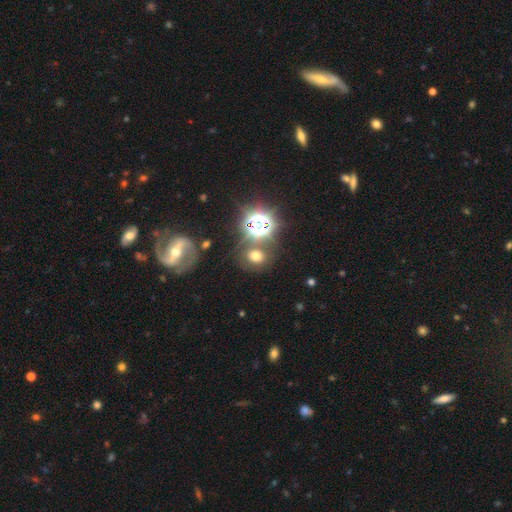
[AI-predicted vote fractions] A smooth galaxy with no disk features (53%) that is round (63%).

Vote fractions:
- Smooth or featured? smooth: 53% / star or artifact: 33% / featured or disk: 14%
- How rounded? round: 63% / in between: 36% / cigar-shaped: 1%
- Merging? none: 70% / merger: 12% / minor disturbance: 12% / major disturbance: 6%